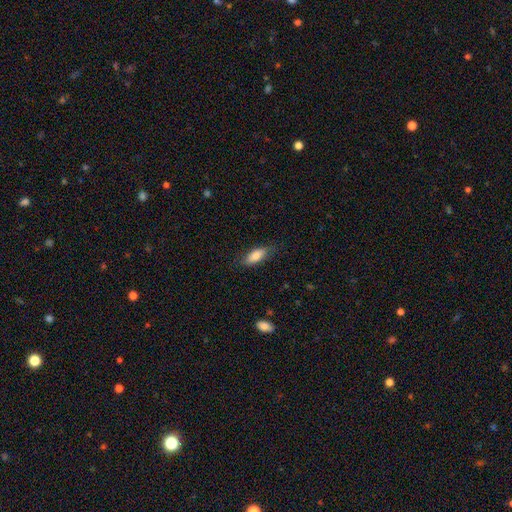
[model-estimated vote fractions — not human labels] smooth-or-featured: smooth: 84% | featured or disk: 10% | star or artifact: 6%
  how-rounded: in between: 77% | cigar-shaped: 21% | round: 2%
  merging: none: 79% | minor disturbance: 16% | major disturbance: 4% | merger: 1%